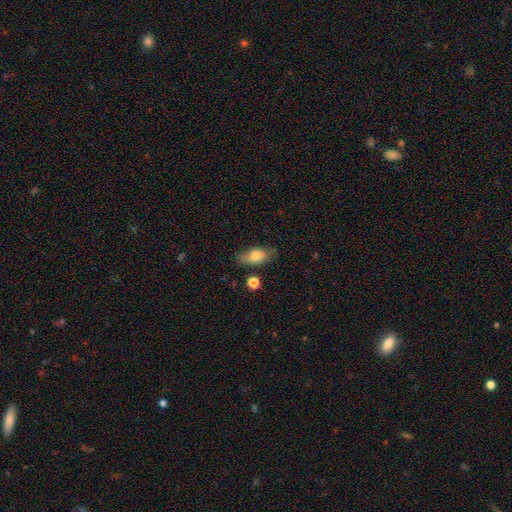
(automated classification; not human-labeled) Smooth or featured?
  - smooth: 74% *
  - featured or disk: 18%
  - star or artifact: 8%
How rounded?
  - in between: 85% *
  - cigar-shaped: 8%
  - round: 7%
Merging?
  - none: 74% *
  - minor disturbance: 18%
  - major disturbance: 4%
  - merger: 3%